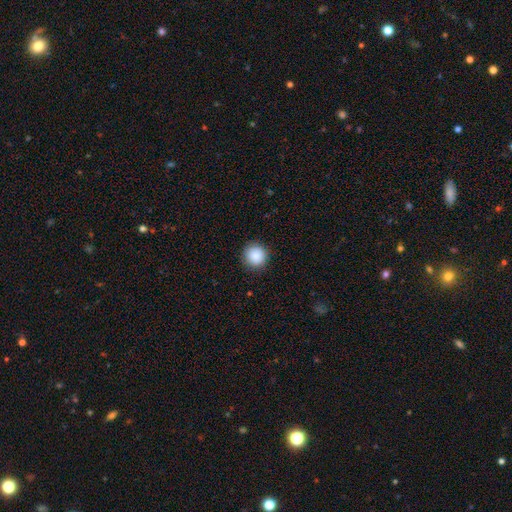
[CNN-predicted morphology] Smooth or featured: smooth — 89% (star or artifact — 8%)
How rounded: round — 95% (in between — 4%)
Merging: none — 91% (minor disturbance — 6%)